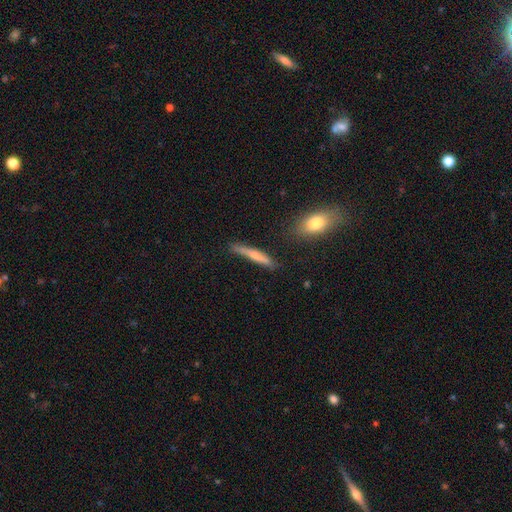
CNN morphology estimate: Smooth or featured? Predicted: smooth (p=0.65). How rounded? Predicted: cigar-shaped (p=0.93). Merging? Predicted: none (p=0.73).